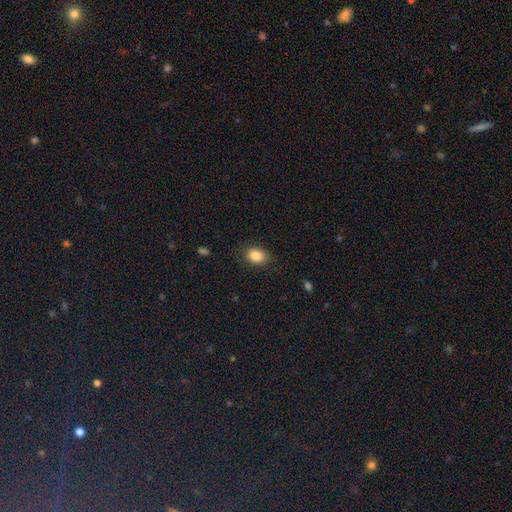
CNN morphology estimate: Overall: smooth (87%). How rounded: in between (71%). Merging: none (85%).